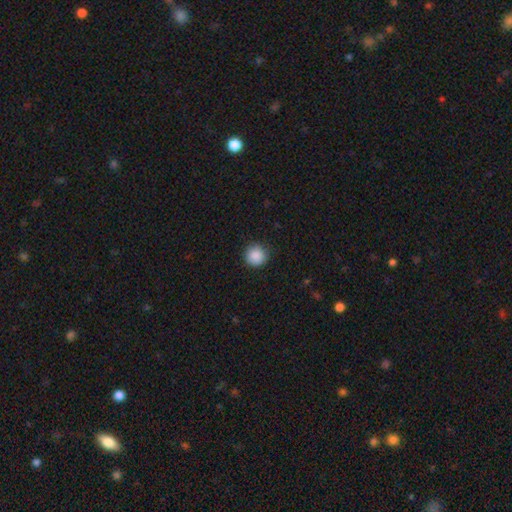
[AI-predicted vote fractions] A smooth galaxy with no disk features (89%) that is round (95%). Merging: none (89%).